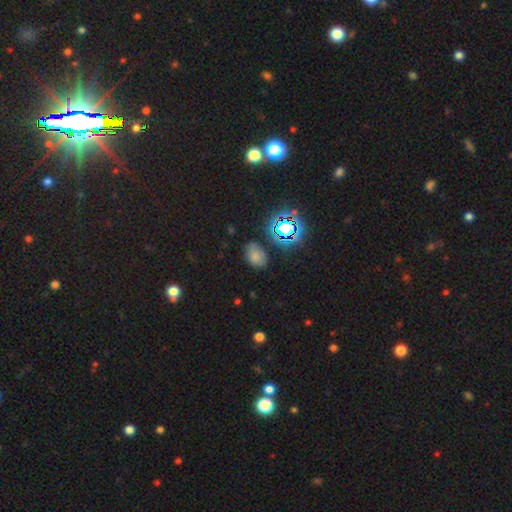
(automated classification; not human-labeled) Smooth or featured?
  - smooth: 64% *
  - star or artifact: 27%
  - featured or disk: 9%
How rounded?
  - in between: 79% *
  - round: 20%
  - cigar-shaped: 1%
Merging?
  - none: 71% *
  - minor disturbance: 20%
  - major disturbance: 6%
  - merger: 3%